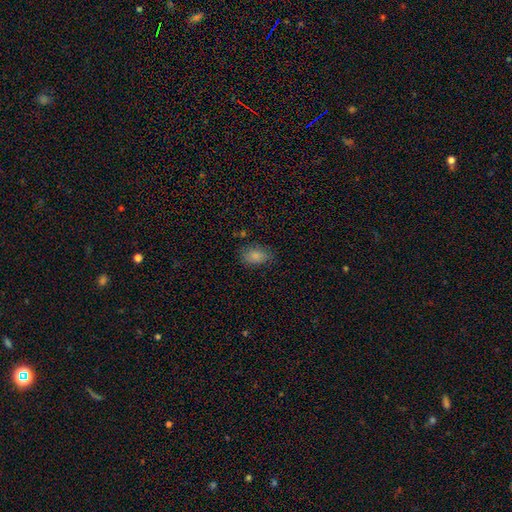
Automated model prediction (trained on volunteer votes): Q: Smooth or featured?
A: smooth (84%); runner-up: star or artifact (9%)
Q: How rounded?
A: in between (88%); runner-up: round (10%)
Q: Merging?
A: none (77%); runner-up: minor disturbance (17%)